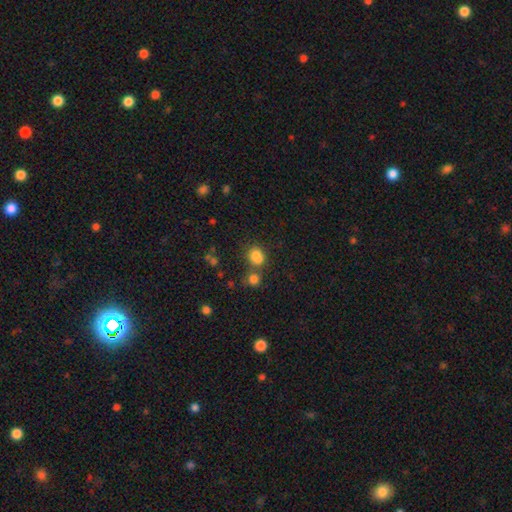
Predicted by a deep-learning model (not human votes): smooth-or-featured: smooth: 80% | star or artifact: 13% | featured or disk: 7%
  how-rounded: round: 53% | in between: 46% | cigar-shaped: 1%
  merging: none: 50% | merger: 31% | minor disturbance: 13% | major disturbance: 6%